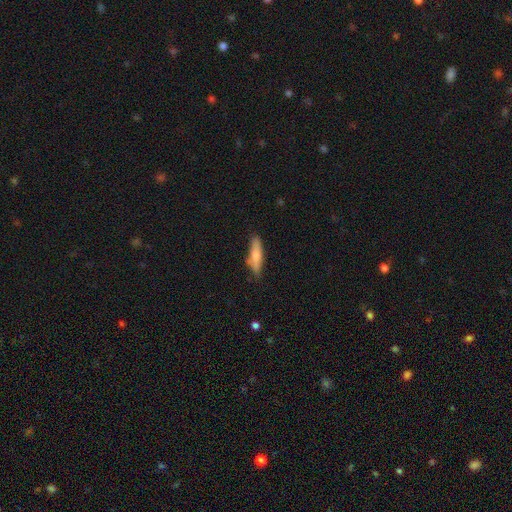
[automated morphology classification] This appears to be a smooth galaxy with no disk features (71%) that is cigar-shaped (73%). Merging: none (76%).